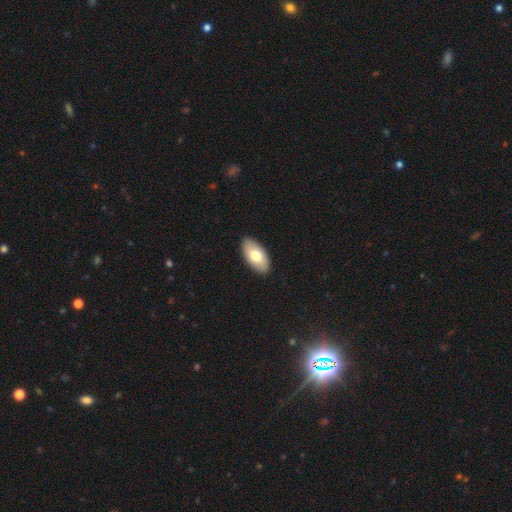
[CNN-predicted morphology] Overall: smooth (73%). How rounded: in between (95%). Merging: none (90%).